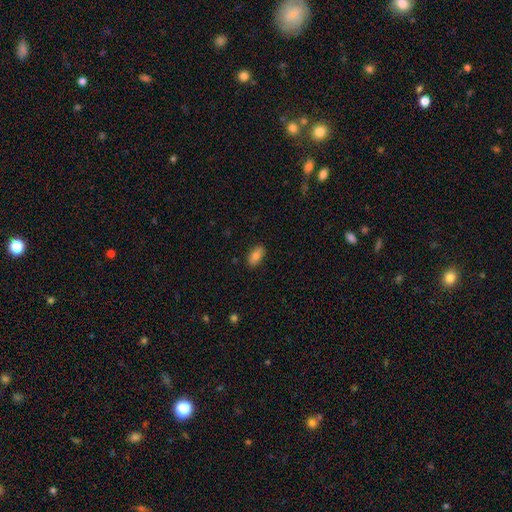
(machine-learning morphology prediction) This appears to be a smooth galaxy with no disk features (79%) that is in between round and cigar-shaped (90%). Merging: none (87%).